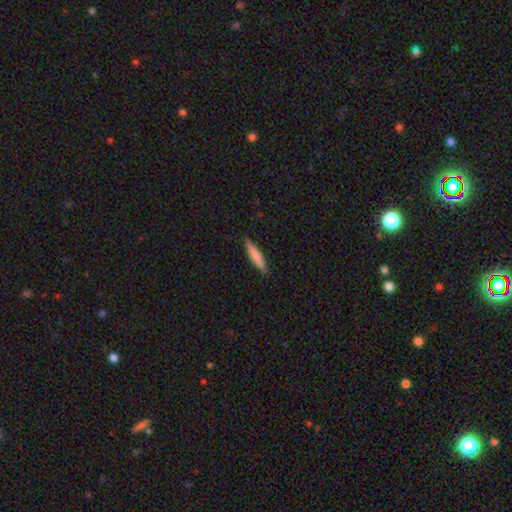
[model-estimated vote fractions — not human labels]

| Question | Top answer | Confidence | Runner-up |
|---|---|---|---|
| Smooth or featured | smooth | 73% | featured or disk (21%) |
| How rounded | cigar-shaped | 89% | in between (10%) |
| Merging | none | 89% | minor disturbance (8%) |